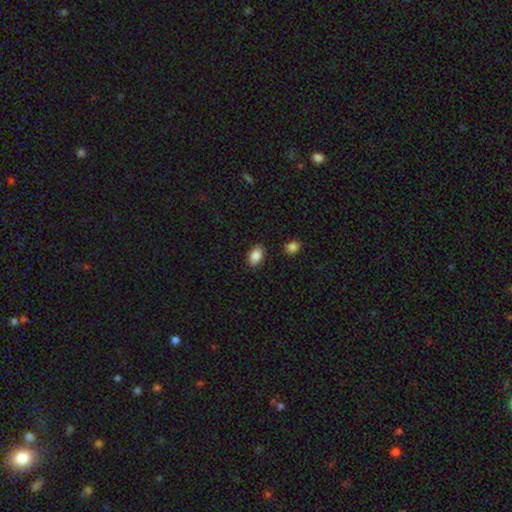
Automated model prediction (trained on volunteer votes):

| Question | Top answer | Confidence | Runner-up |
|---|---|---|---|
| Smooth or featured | smooth | 88% | star or artifact (8%) |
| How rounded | in between | 88% | round (10%) |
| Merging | none | 86% | minor disturbance (10%) |